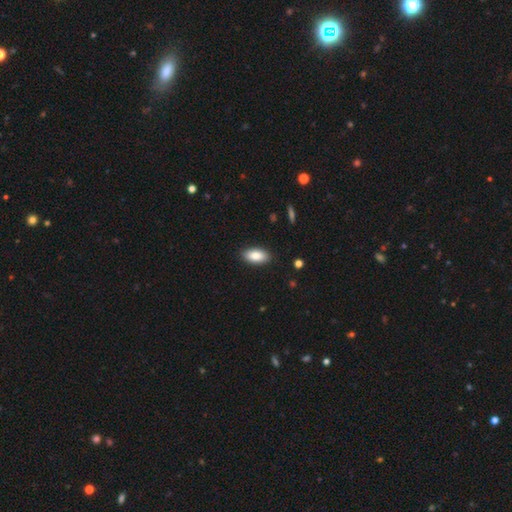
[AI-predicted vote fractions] Overall: smooth (86%). How rounded: in between (91%). Merging: none (88%).